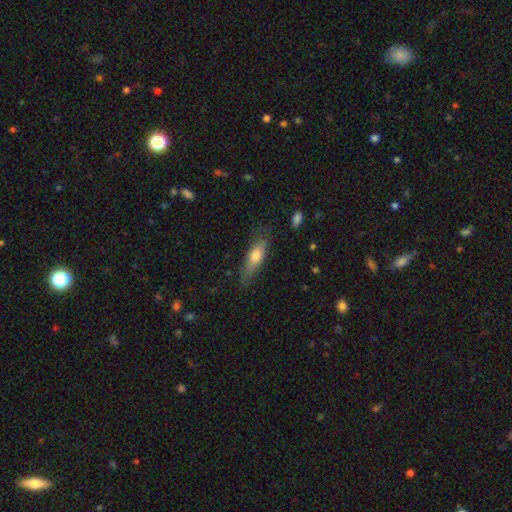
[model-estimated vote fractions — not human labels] The model was most divided on "how rounded": cigar-shaped: 52%, in between: 46%, round: 3%. More confident: merging — none (68%); smooth or featured — smooth (63%).